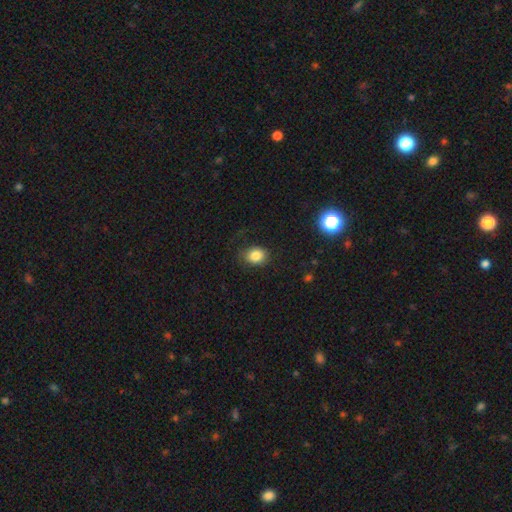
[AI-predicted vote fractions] Smooth or featured? Predicted: smooth (p=0.83). How rounded? Predicted: round (p=0.52). Merging? Predicted: none (p=0.77).